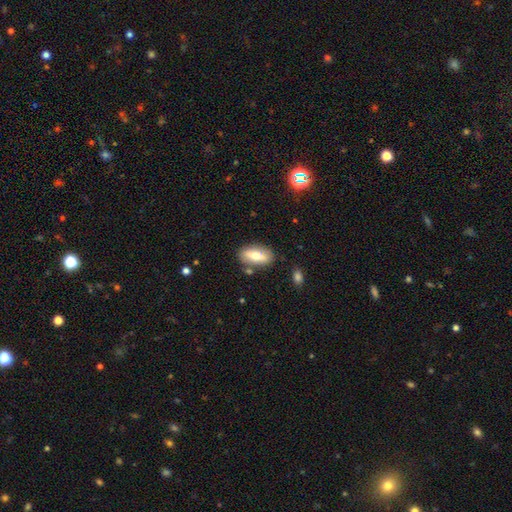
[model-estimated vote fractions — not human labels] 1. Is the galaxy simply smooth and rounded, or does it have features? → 64% smooth, 29% featured or disk, 7% star or artifact.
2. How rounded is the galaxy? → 83% in between, 13% cigar-shaped, 4% round.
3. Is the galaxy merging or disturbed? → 80% none, 12% minor disturbance, 4% merger, 3% major disturbance.